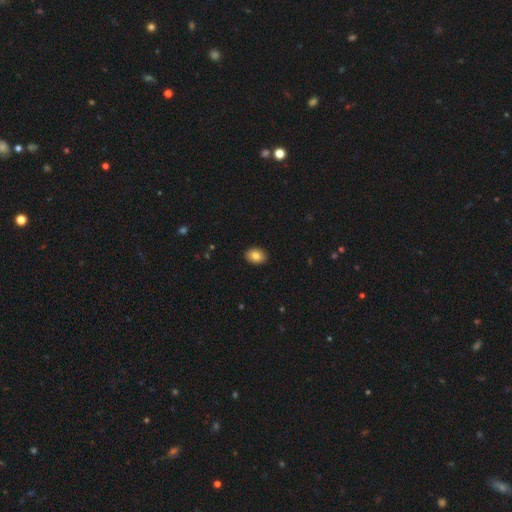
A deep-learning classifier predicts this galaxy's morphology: Smooth or featured?
  - smooth: 82% *
  - featured or disk: 10%
  - star or artifact: 8%
How rounded?
  - in between: 74% *
  - round: 25%
  - cigar-shaped: 1%
Merging?
  - none: 90% *
  - minor disturbance: 7%
  - major disturbance: 2%
  - merger: 1%